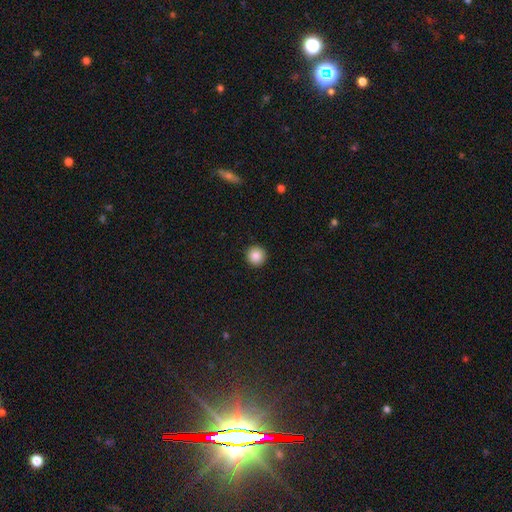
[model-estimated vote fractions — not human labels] Smooth or featured: smooth — 87% (star or artifact — 9%)
How rounded: round — 95% (in between — 4%)
Merging: none — 92% (minor disturbance — 5%)